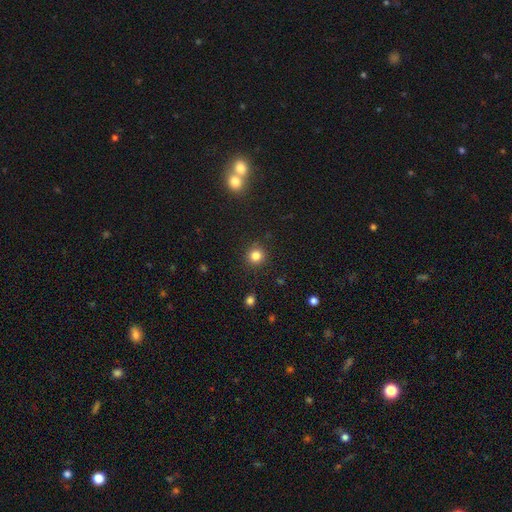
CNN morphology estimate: The model was most divided on "smooth or featured": smooth: 83%, star or artifact: 13%, featured or disk: 5%. More confident: how rounded — round (92%); merging — none (90%).